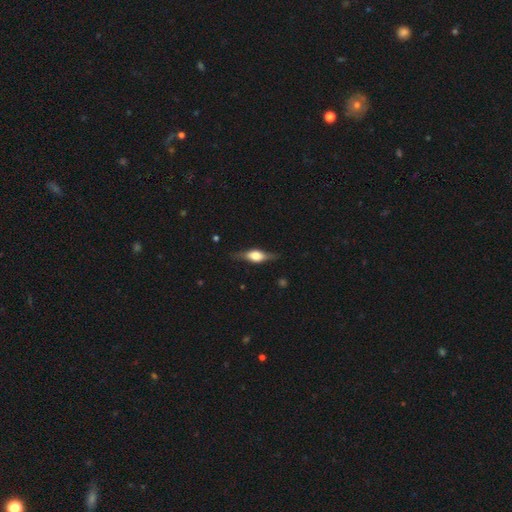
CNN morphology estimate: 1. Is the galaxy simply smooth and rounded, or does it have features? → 63% featured or disk, 30% smooth, 7% star or artifact.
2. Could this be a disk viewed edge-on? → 94% yes, 6% no.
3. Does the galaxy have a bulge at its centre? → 90% rounded, 9% boxy, 2% none.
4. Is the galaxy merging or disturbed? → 81% none, 14% minor disturbance, 4% major disturbance, 1% merger.